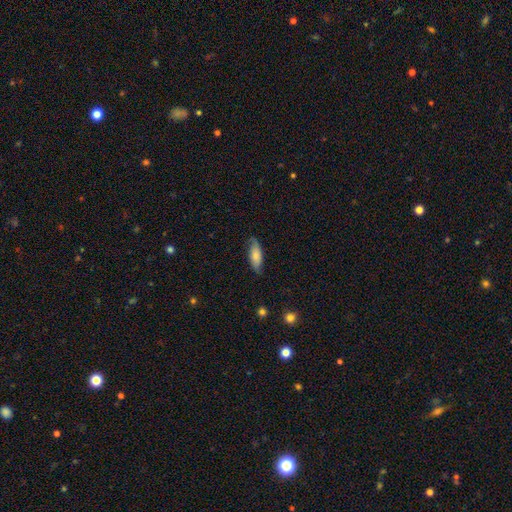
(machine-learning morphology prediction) smooth_or_featured: smooth (p=0.66) [alt: featured or disk p=0.27]
how_rounded: in between (p=0.67) [alt: cigar-shaped p=0.31]
merging: none (p=0.73) [alt: minor disturbance p=0.22]